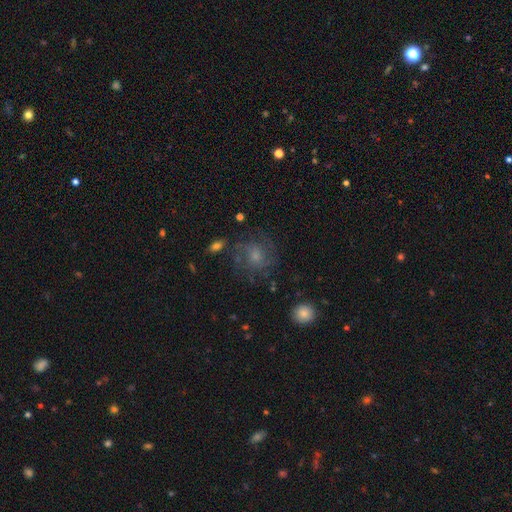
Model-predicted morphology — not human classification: Q: Smooth or featured?
A: featured or disk (57%); runner-up: smooth (30%)
Q: Edge-on disk?
A: no (97%); runner-up: yes (3%)
Q: Bar?
A: no (71%); runner-up: weak (25%)
Q: Spiral arms?
A: yes (85%); runner-up: no (15%)
Q: Bulge size?
A: small (41%); runner-up: moderate (39%)
Q: Merging?
A: none (67%); runner-up: minor disturbance (18%)